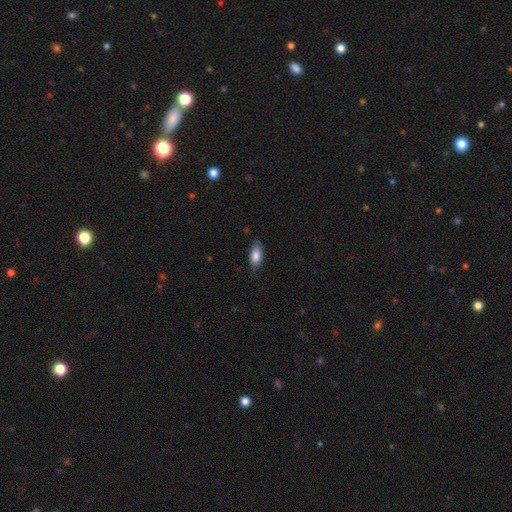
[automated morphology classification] A smooth galaxy with no disk features (82%) that is in between round and cigar-shaped (82%).

Vote fractions:
- Smooth or featured? smooth: 82% / featured or disk: 12% / star or artifact: 6%
- How rounded? in between: 82% / cigar-shaped: 15% / round: 3%
- Merging? none: 78% / minor disturbance: 18% / major disturbance: 3% / merger: 1%